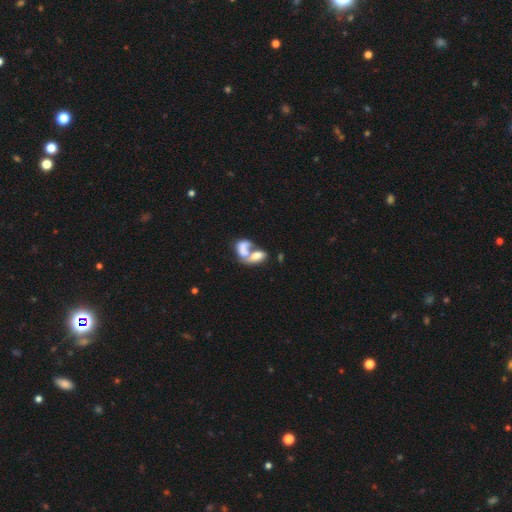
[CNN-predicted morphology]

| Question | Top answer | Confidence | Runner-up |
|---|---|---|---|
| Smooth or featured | smooth | 57% | featured or disk (34%) |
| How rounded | in between | 88% | round (9%) |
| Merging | merger | 77% | none (10%) |